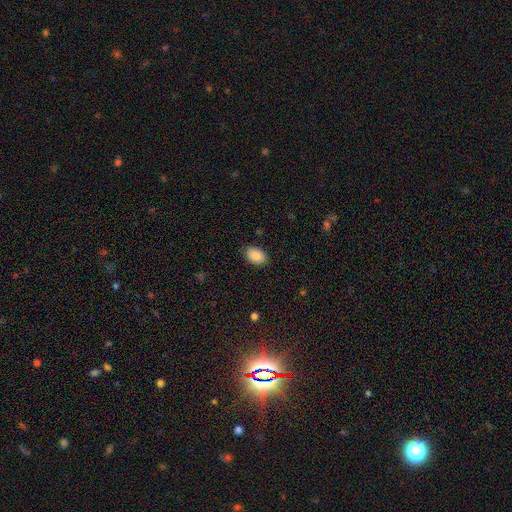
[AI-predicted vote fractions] Overall: smooth (86%). How rounded: in between (87%). Merging: none (87%).